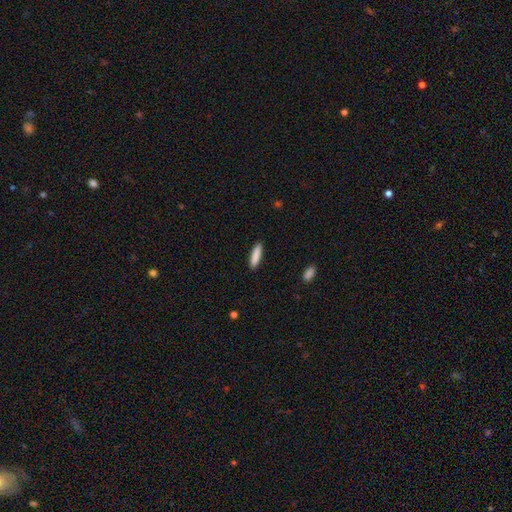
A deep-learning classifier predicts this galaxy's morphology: smooth-or-featured: smooth: 87% | featured or disk: 7% | star or artifact: 6%
  how-rounded: cigar-shaped: 78% | in between: 20% | round: 1%
  merging: none: 90% | minor disturbance: 7% | major disturbance: 2% | merger: 1%